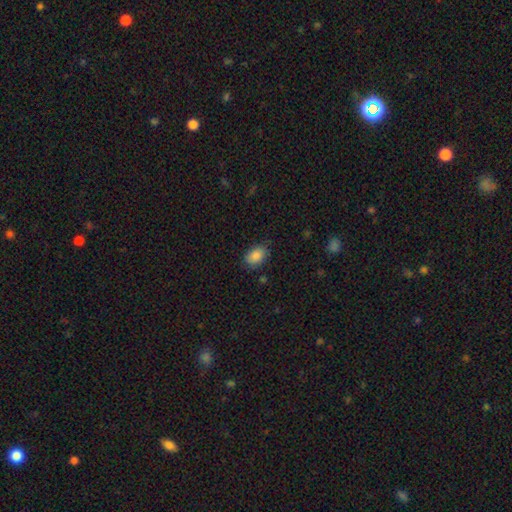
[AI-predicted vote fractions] This is clearly a smooth galaxy (87%). How rounded: clearly in between (87%). Merging: clearly none (80%).